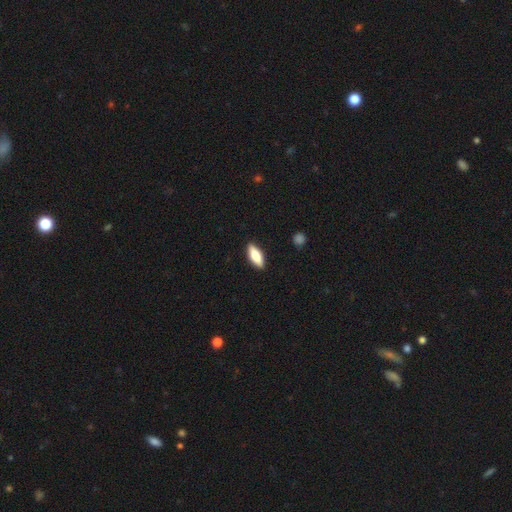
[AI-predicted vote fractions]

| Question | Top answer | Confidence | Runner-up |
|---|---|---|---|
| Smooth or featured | smooth | 76% | featured or disk (18%) |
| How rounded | in between | 68% | cigar-shaped (30%) |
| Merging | none | 89% | minor disturbance (8%) |